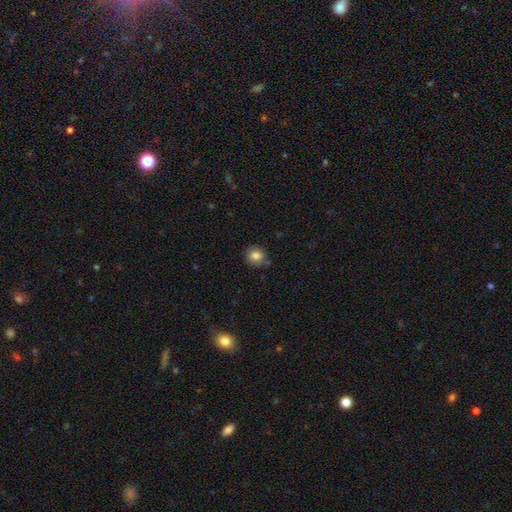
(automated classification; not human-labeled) This appears to be a smooth galaxy with no disk features (83%) that is round (79%). Merging: none (80%).